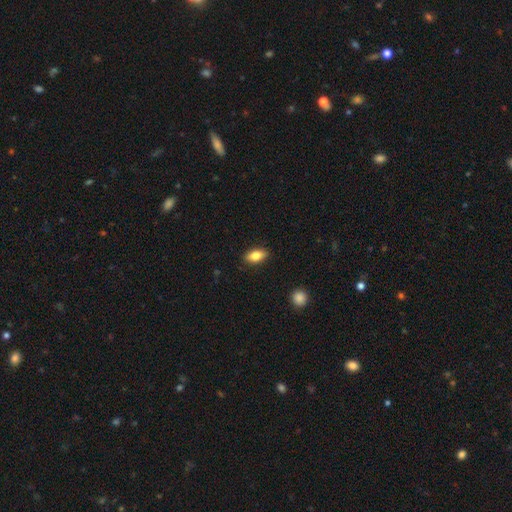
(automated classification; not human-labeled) A smooth galaxy with no disk features (78%) that is in between round and cigar-shaped (87%).

Vote fractions:
- Smooth or featured? smooth: 78% / featured or disk: 14% / star or artifact: 7%
- How rounded? in between: 87% / cigar-shaped: 7% / round: 6%
- Merging? none: 88% / minor disturbance: 9% / major disturbance: 2% / merger: 1%